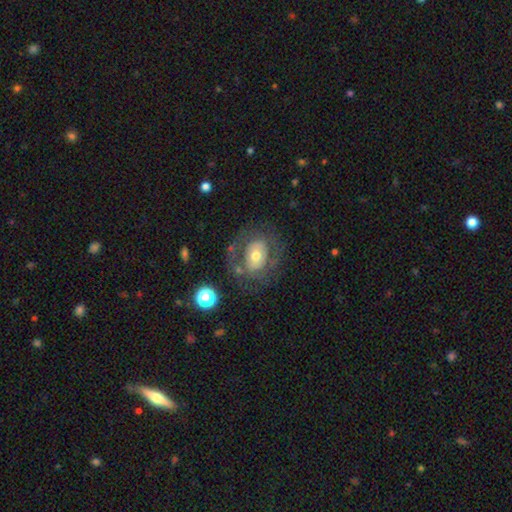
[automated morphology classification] This appears to be a featured or disk galaxy (51%). Merging: none (66%).